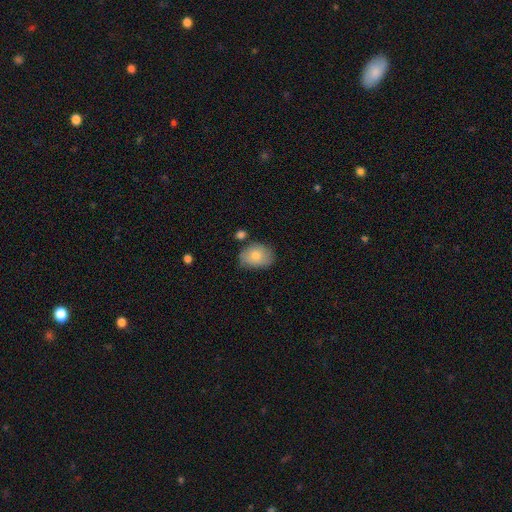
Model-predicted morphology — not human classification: Q: Smooth or featured?
A: smooth (77%); runner-up: featured or disk (16%)
Q: How rounded?
A: in between (69%); runner-up: round (30%)
Q: Merging?
A: none (61%); runner-up: minor disturbance (27%)